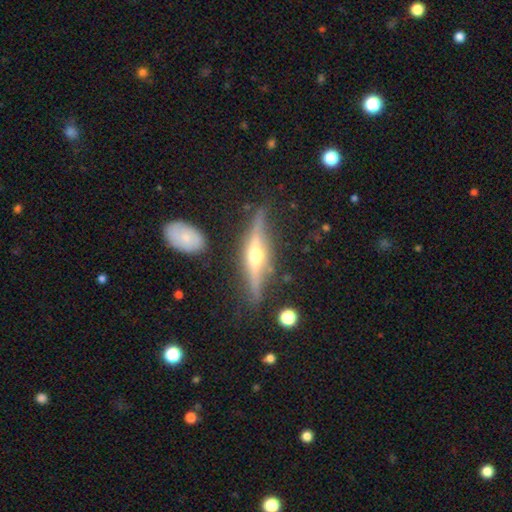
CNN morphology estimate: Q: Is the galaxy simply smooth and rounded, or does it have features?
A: featured or disk — 82%.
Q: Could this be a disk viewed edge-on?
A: yes — 97%.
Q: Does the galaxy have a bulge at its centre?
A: rounded — 93%.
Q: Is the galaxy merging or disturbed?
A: none — 82%.